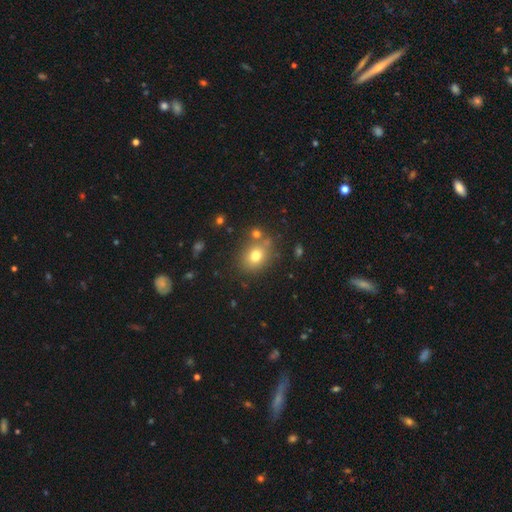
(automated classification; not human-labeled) Smooth or featured: smooth — 74% (star or artifact — 14%)
How rounded: round — 57% (in between — 42%)
Merging: none — 73% (minor disturbance — 12%)